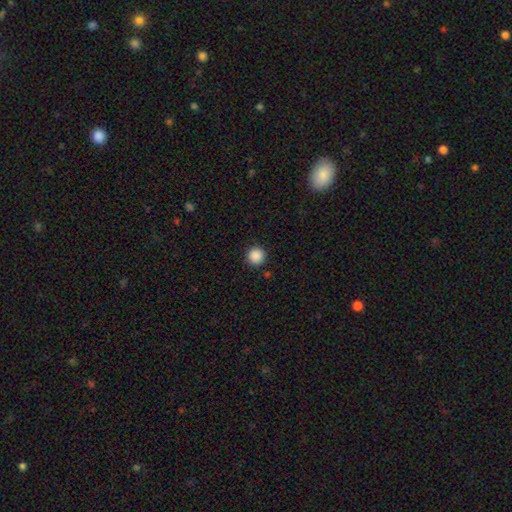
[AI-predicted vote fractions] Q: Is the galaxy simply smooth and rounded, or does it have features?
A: smooth — 88%.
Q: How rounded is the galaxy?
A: round — 96%.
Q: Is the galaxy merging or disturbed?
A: none — 92%.